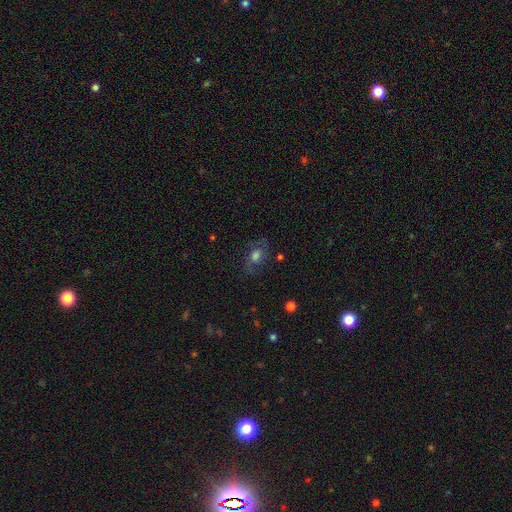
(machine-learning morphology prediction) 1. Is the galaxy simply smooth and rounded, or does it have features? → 43% featured or disk, 40% smooth, 17% star or artifact.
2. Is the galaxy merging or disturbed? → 72% none, 16% minor disturbance, 10% major disturbance, 2% merger.